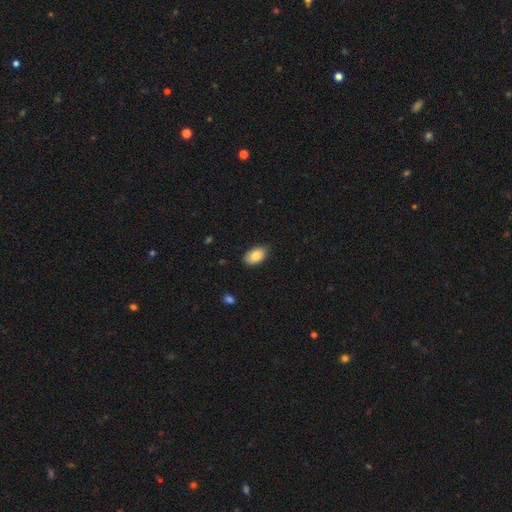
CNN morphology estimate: Smooth or featured? smooth (84%)
How rounded? in between (92%)
Merging? none (79%)